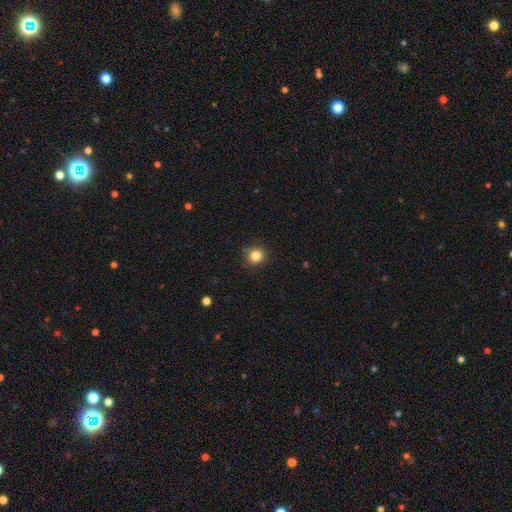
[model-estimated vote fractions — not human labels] A smooth galaxy with no disk features (83%) that is round (92%).

Vote fractions:
- Smooth or featured? smooth: 83% / star or artifact: 12% / featured or disk: 5%
- How rounded? round: 92% / in between: 7% / cigar-shaped: 1%
- Merging? none: 88% / minor disturbance: 8% / major disturbance: 2% / merger: 1%